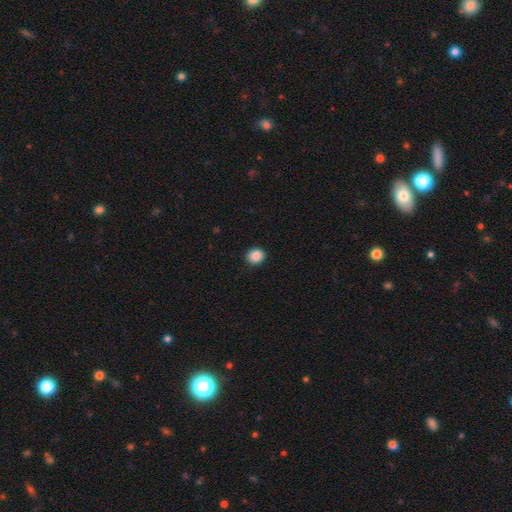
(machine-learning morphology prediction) smooth 88%, star or artifact 9%, featured or disk 3%. Down the decision tree: how rounded — round (78%); merging — none (91%).